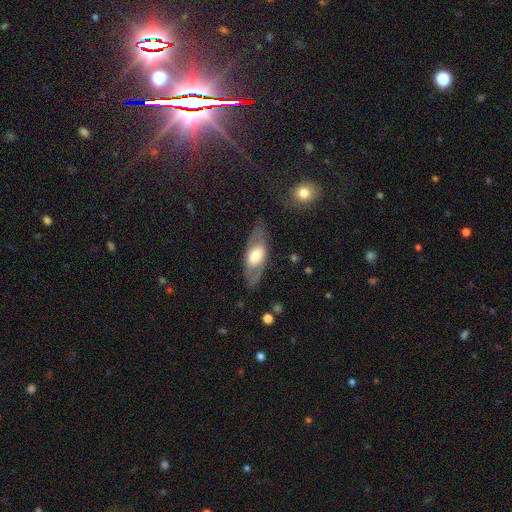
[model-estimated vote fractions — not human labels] smooth-or-featured: featured or disk: 53% | smooth: 41% | star or artifact: 6%
  disk-edge-on: no: 72% | yes: 28%
  merging: none: 75% | minor disturbance: 15% | major disturbance: 8% | merger: 2%